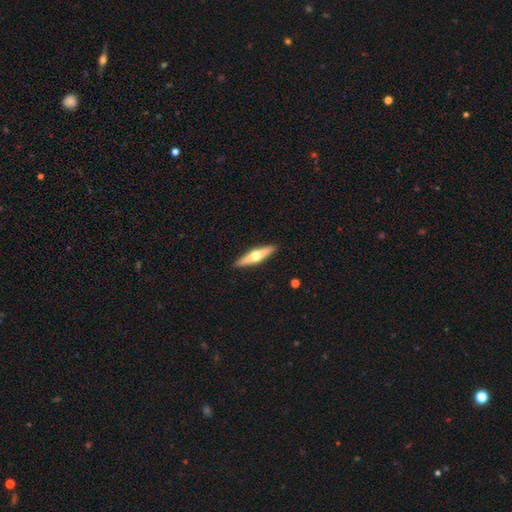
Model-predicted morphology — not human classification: Smooth or featured? Predicted: featured or disk (p=0.61). Edge-on disk? Predicted: yes (p=0.96). Edge-on bulge? Predicted: rounded (p=0.96). Merging? Predicted: none (p=0.91).